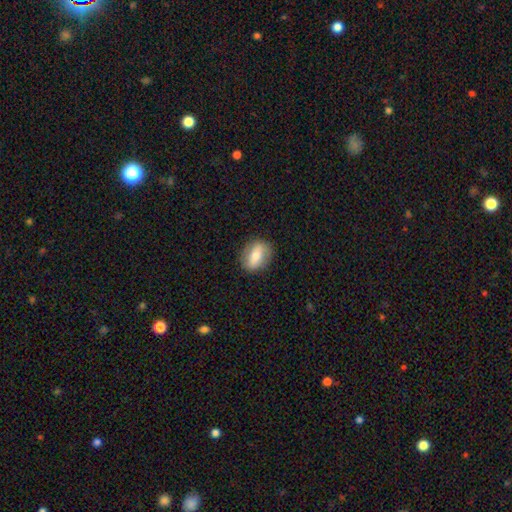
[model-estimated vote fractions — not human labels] Smooth or featured? smooth (58%)
How rounded? in between (67%)
Merging? none (86%)